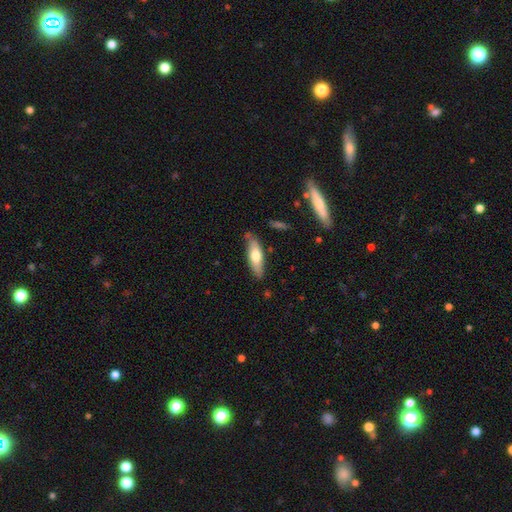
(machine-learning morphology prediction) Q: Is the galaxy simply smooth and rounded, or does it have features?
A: smooth — 64%.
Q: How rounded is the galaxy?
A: in between — 49%, tied with cigar-shaped.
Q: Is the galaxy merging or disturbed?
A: none — 79%.